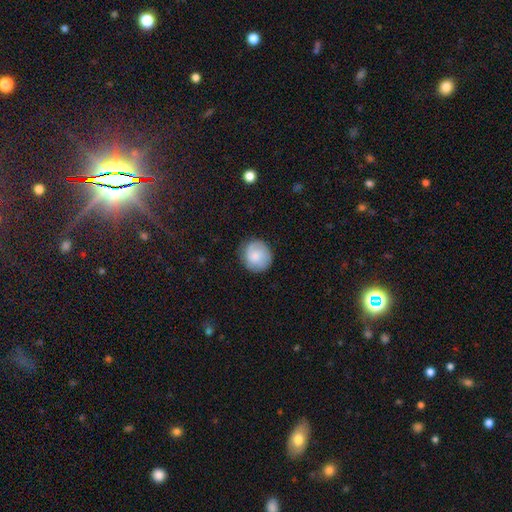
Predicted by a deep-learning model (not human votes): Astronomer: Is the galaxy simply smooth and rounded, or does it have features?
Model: smooth — 73%.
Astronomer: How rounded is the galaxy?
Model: round — 90%.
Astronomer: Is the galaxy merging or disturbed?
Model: none — 81%.